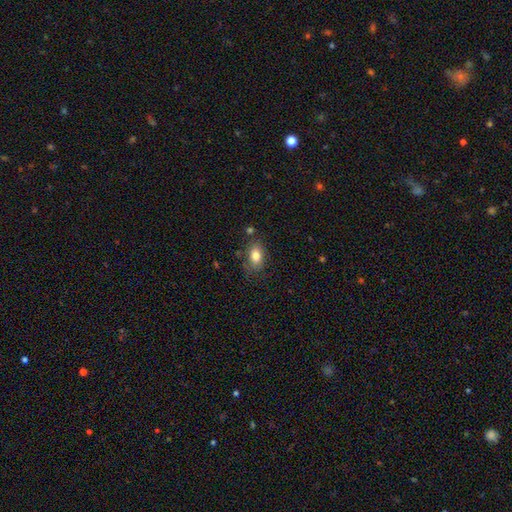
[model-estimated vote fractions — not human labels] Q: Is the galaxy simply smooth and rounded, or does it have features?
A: smooth — 80%.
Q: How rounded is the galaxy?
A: in between — 83%.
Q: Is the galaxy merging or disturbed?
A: none — 77%.